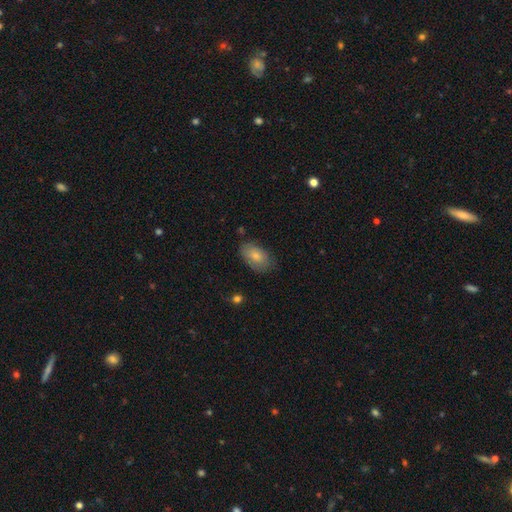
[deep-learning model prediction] Smooth or featured? smooth (78%)
How rounded? in between (92%)
Merging? none (73%)